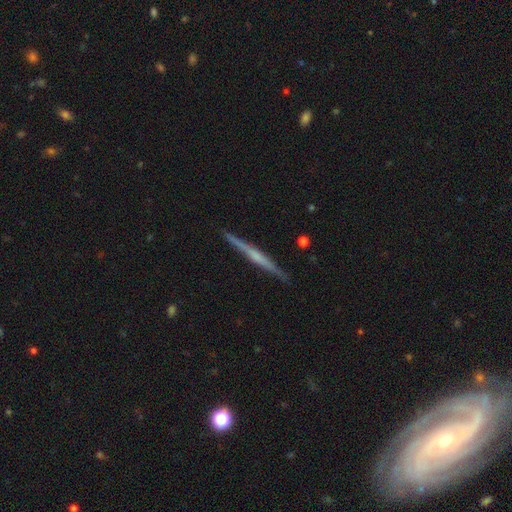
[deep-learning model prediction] Smooth or featured? Predicted: featured or disk (p=0.71). Edge-on disk? Predicted: yes (p=0.98). Edge-on bulge? Predicted: none (p=0.45). Merging? Predicted: none (p=0.91).